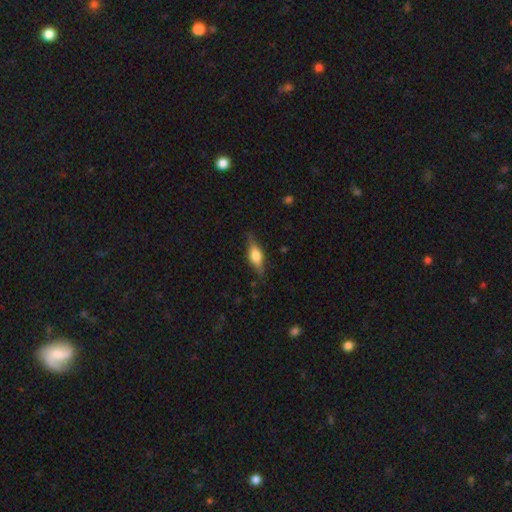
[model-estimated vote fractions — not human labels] This appears to be a featured or disk galaxy (51%) viewed edge-on (92%). Merging: none (81%).